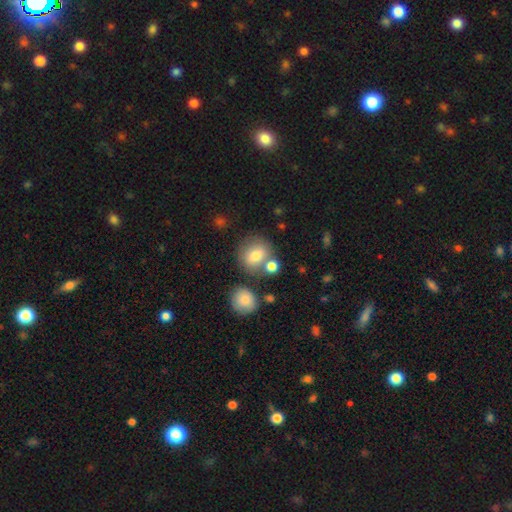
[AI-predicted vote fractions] The model was most divided on "merging": none: 65%, merger: 19%, minor disturbance: 12%, major disturbance: 4%. More confident: how rounded — round (78%); smooth or featured — smooth (75%).